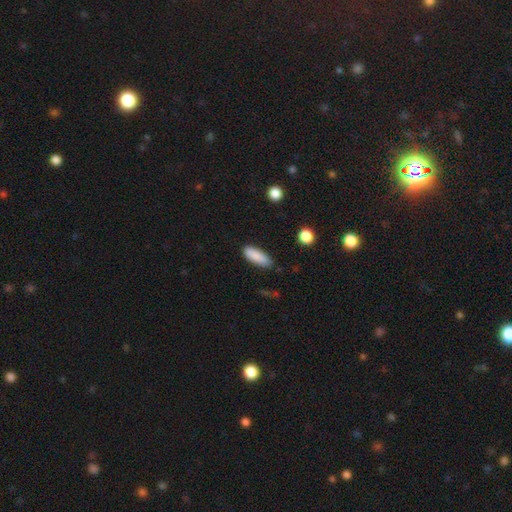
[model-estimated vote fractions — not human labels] A smooth galaxy with no disk features (88%) that is in between round and cigar-shaped (67%).

Vote fractions:
- Smooth or featured? smooth: 88% / star or artifact: 7% / featured or disk: 6%
- How rounded? in between: 67% / cigar-shaped: 31% / round: 2%
- Merging? none: 82% / minor disturbance: 14% / major disturbance: 3% / merger: 2%